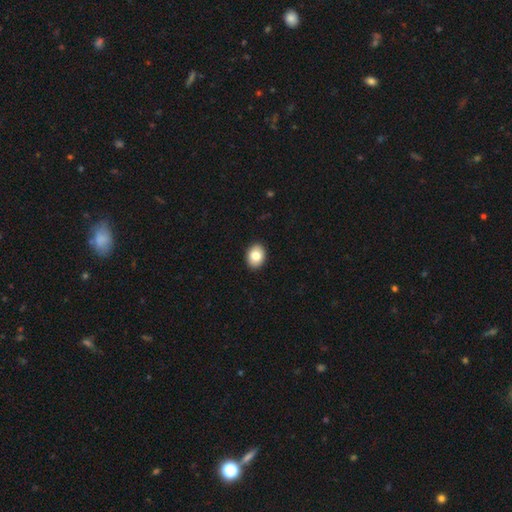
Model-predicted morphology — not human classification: A smooth galaxy with no disk features (82%) that is in between round and cigar-shaped (70%).

Vote fractions:
- Smooth or featured? smooth: 82% / featured or disk: 10% / star or artifact: 8%
- How rounded? in between: 70% / round: 29% / cigar-shaped: 1%
- Merging? none: 92% / minor disturbance: 6% / major disturbance: 1% / merger: 1%